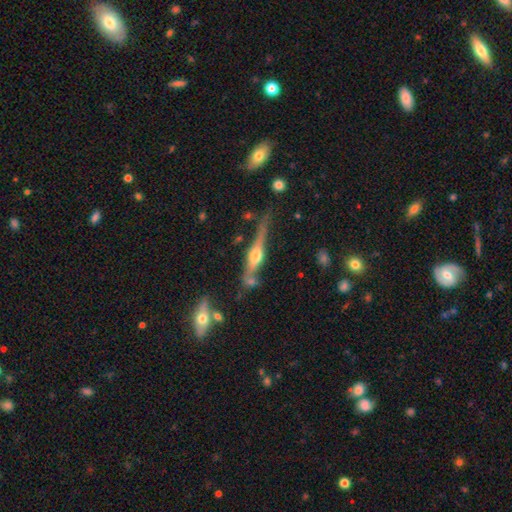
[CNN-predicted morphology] Overall: featured or disk (75%). Edge-on disk: yes (95%). Edge-on bulge: rounded (90%). Merging: none (65%).